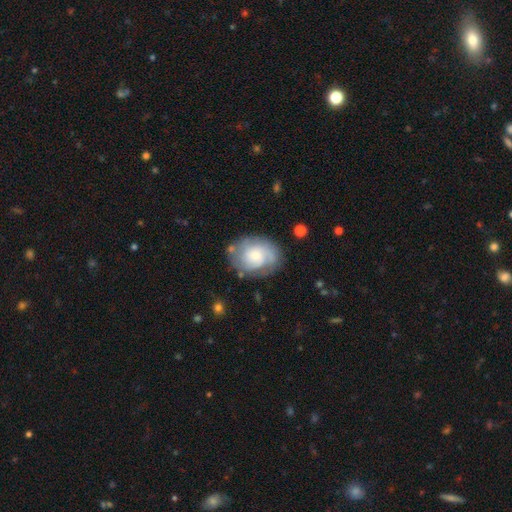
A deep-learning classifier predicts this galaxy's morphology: Overall: featured or disk (63%; smooth 31%). Edge-on disk: no (97%). Bar: no (74%). Spiral arms: yes (86%). Spiral arm count: 2 (38%; can't tell 32%). Spiral winding: tight (48%; medium 37%). Bulge size: small (52%; moderate 38%). Merging: none (69%).